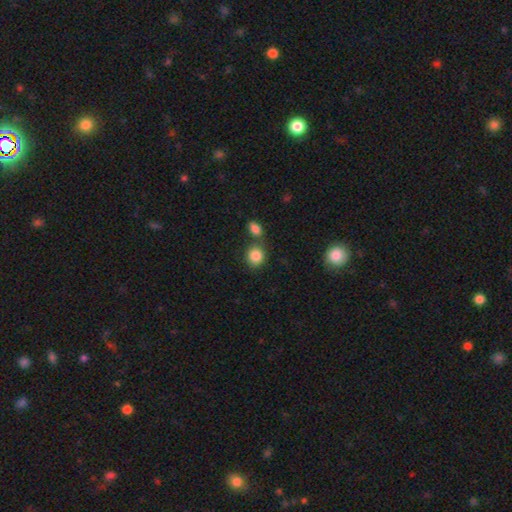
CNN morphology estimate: smooth-or-featured: smooth: 85% | star or artifact: 9% | featured or disk: 6%
  how-rounded: round: 73% | in between: 26% | cigar-shaped: 1%
  merging: none: 62% | merger: 24% | minor disturbance: 10% | major disturbance: 3%